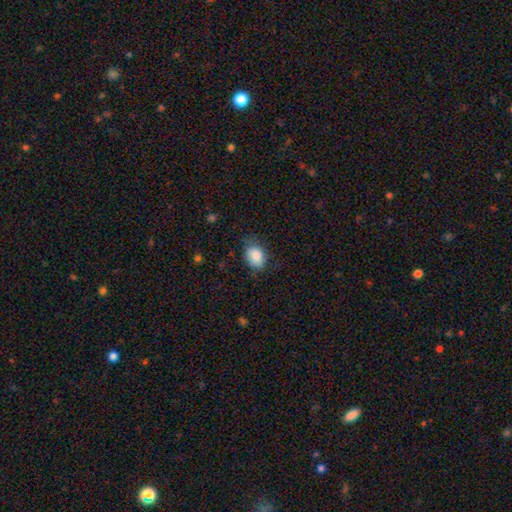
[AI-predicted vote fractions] Smooth or featured? Predicted: smooth (p=0.85). How rounded? Predicted: in between (p=0.65). Merging? Predicted: none (p=0.71).